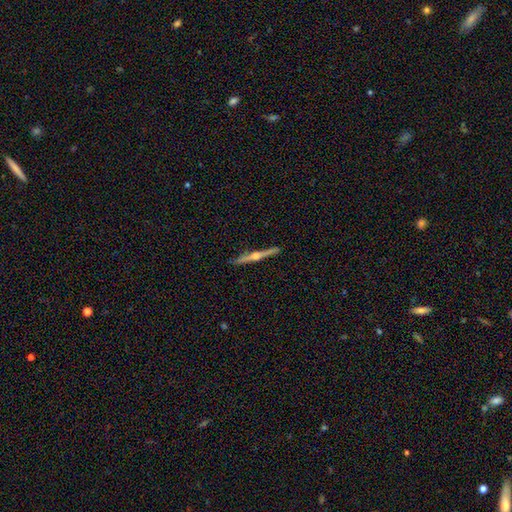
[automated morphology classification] featured or disk 77%, smooth 17%, star or artifact 6%. Down the decision tree: edge-on disk — yes (98%); edge-on bulge — rounded (88%); merging — none (92%).